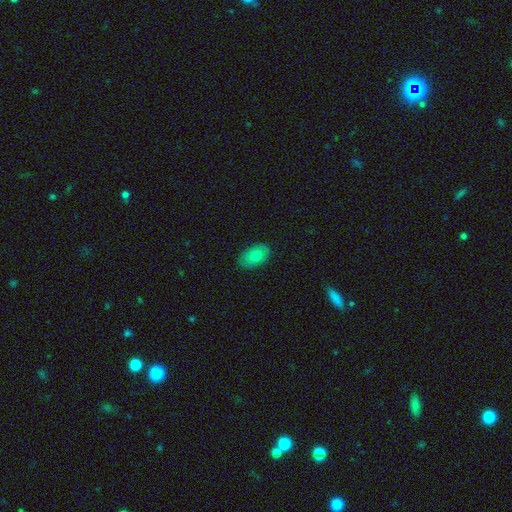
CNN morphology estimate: A smooth galaxy with no disk features (79%) that is in between round and cigar-shaped (91%). Merging: none (83%).